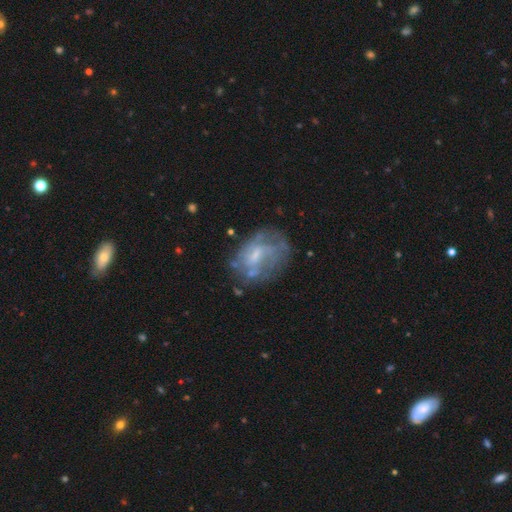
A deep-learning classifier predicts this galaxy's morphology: type=featured or disk (63%); edge-on=no (97%); bar=no (47%); spiral arms=no (50%, tied with yes); bulge=small (44%); merging=none (53%).